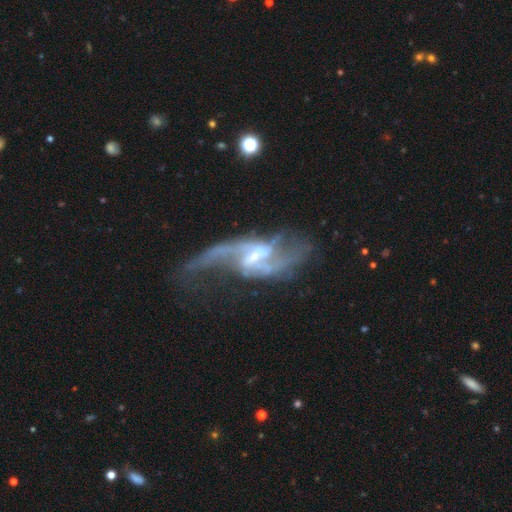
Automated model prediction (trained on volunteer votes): smooth-or-featured: featured or disk: 89% | star or artifact: 6% | smooth: 5%
  disk-edge-on: no: 95% | yes: 5%
    bar: weak: 49% | strong: 32% | no: 19%
    has-spiral-arms: yes: 94% | no: 6%
      spiral-winding: loose: 75% | medium: 20% | tight: 5%
      spiral-arm-count: 2: 88% | 1: 4% | can't tell: 4% | 3: 2% | 4: 1% | more than 4: 1%
    bulge-size: small: 61% | moderate: 26% | none: 10% | large: 3% | dominant: 1%
  merging: none: 45% | major disturbance: 30% | minor disturbance: 17% | merger: 8%